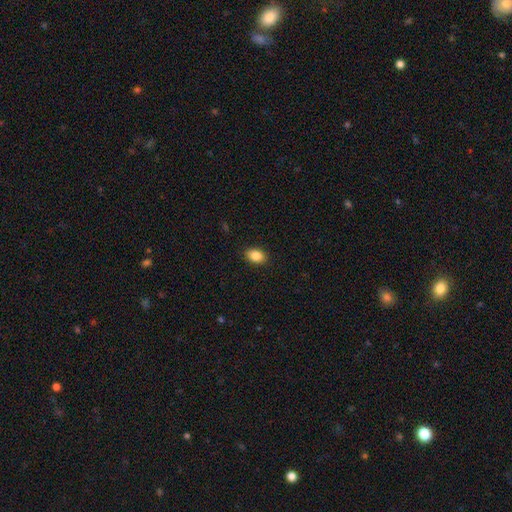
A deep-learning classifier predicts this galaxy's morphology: A smooth galaxy with no disk features (86%) that is in between round and cigar-shaped (83%).

Vote fractions:
- Smooth or featured? smooth: 86% / star or artifact: 8% / featured or disk: 6%
- How rounded? in between: 83% / round: 16% / cigar-shaped: 1%
- Merging? none: 90% / minor disturbance: 7% / major disturbance: 2% / merger: 1%